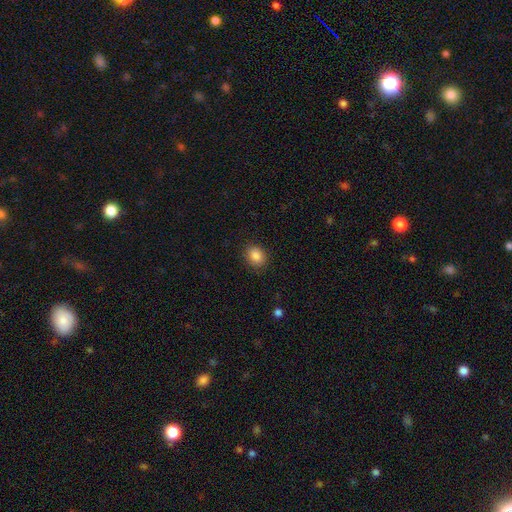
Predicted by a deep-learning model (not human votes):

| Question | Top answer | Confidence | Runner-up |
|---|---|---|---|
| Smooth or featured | smooth | 87% | star or artifact (9%) |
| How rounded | round | 53% | in between (46%) |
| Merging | none | 87% | minor disturbance (9%) |